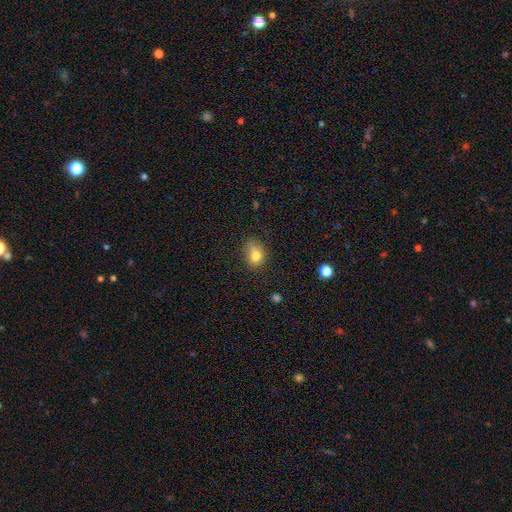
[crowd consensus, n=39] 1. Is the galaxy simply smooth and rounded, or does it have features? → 90% smooth, 10% star or artifact, 0% featured or disk.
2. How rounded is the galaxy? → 66% in between, 34% round, 0% cigar-shaped.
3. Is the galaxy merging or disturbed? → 60% none, 37% minor disturbance, 3% major disturbance, 0% merger.